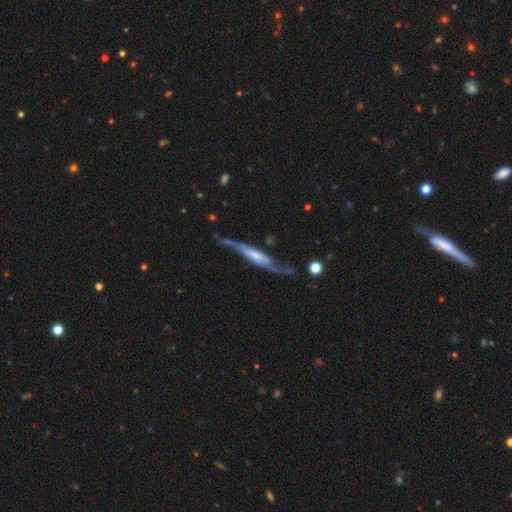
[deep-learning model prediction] The model was most divided on "edge-on disk": no: 53%, yes: 47%. More confident: smooth or featured — featured or disk (76%); merging — none (53%).